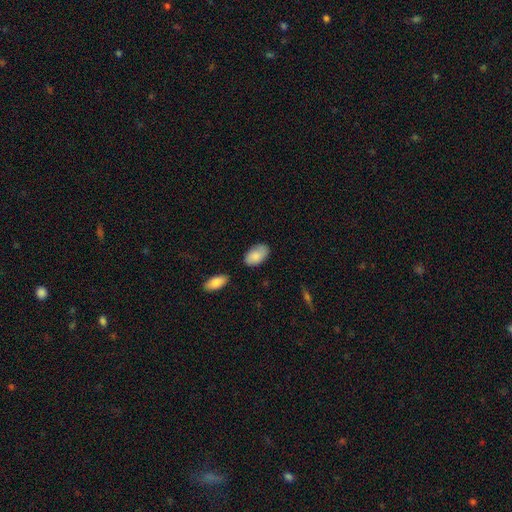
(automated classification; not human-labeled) Smooth or featured? Predicted: smooth (p=0.84). How rounded? Predicted: in between (p=0.94). Merging? Predicted: none (p=0.72).